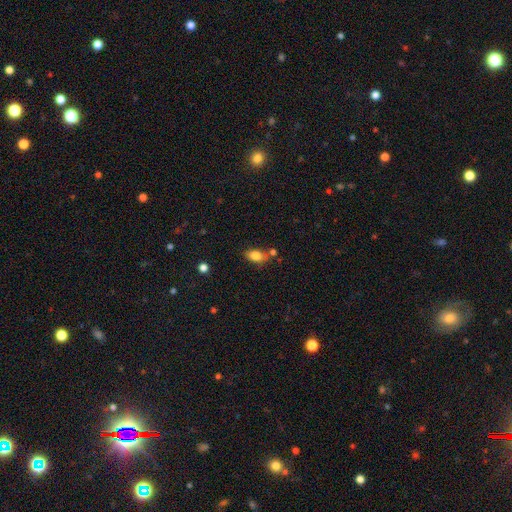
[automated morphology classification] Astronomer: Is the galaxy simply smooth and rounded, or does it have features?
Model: smooth — 82%.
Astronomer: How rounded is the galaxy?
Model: in between — 86%.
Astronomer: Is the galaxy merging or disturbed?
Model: none — 68%.